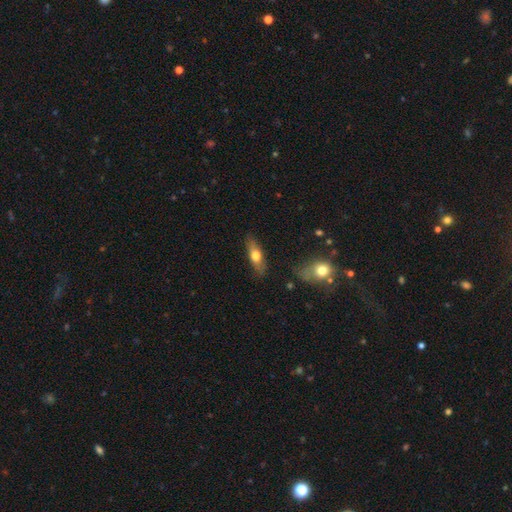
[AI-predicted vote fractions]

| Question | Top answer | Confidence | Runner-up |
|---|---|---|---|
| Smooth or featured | smooth | 59% | featured or disk (35%) |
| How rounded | in between | 49% | cigar-shaped (47%) |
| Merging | none | 83% | minor disturbance (12%) |